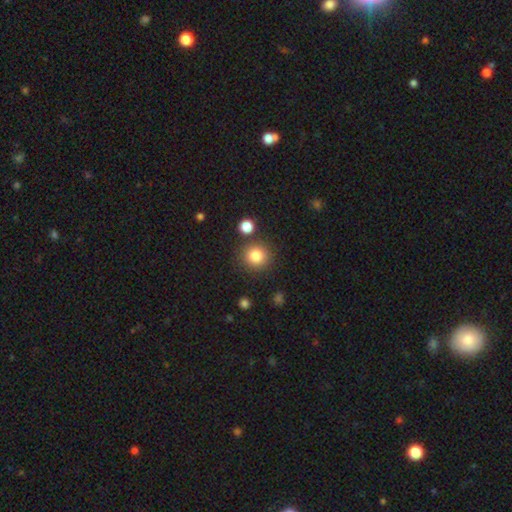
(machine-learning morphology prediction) type=smooth (83%); roundness=round (92%); merging=none (83%).